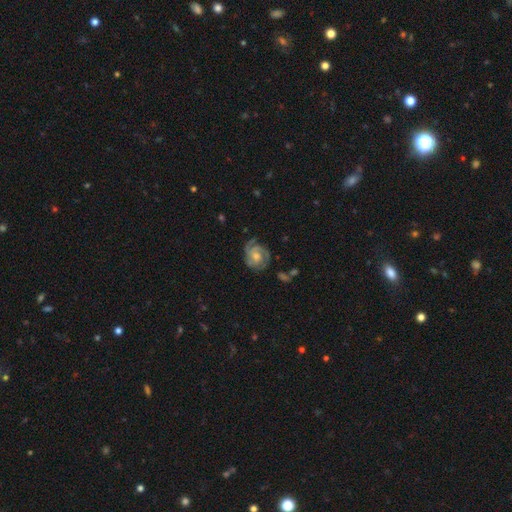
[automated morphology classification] A featured or disk galaxy (84%) with no bar (69%), 3 (42%) tight (62%) spiral arms (96%) and a moderate central bulge (59%). Merging: none (70%).